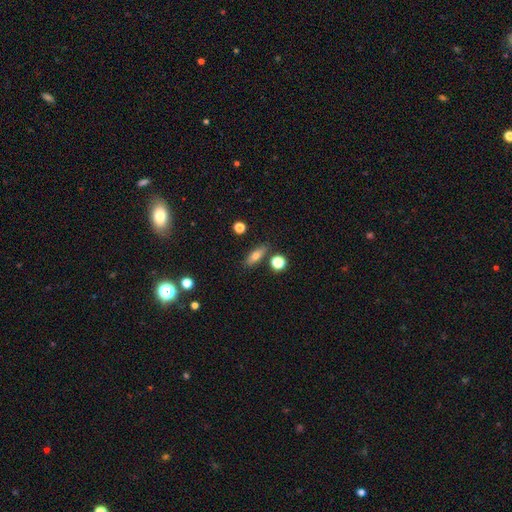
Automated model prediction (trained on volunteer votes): smooth 70%, featured or disk 19%, star or artifact 10%. Down the decision tree: how rounded — in between (62%); merging — none (80%).